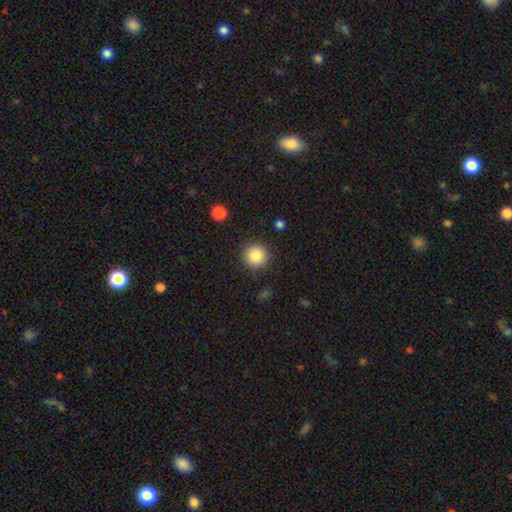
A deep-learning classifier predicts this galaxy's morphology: Smooth or featured? smooth (87%)
How rounded? round (95%)
Merging? none (89%)